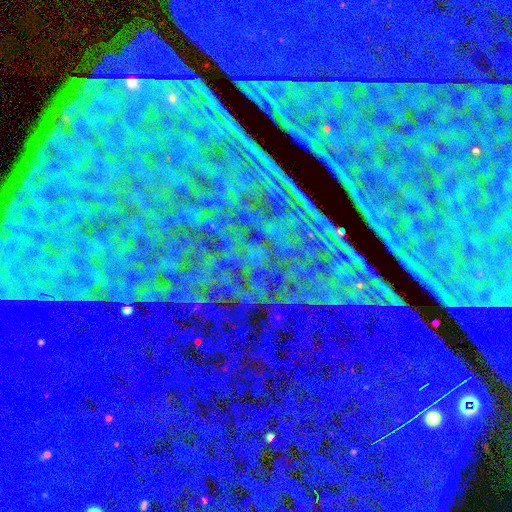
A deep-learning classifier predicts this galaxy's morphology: type=star or artifact (88%).